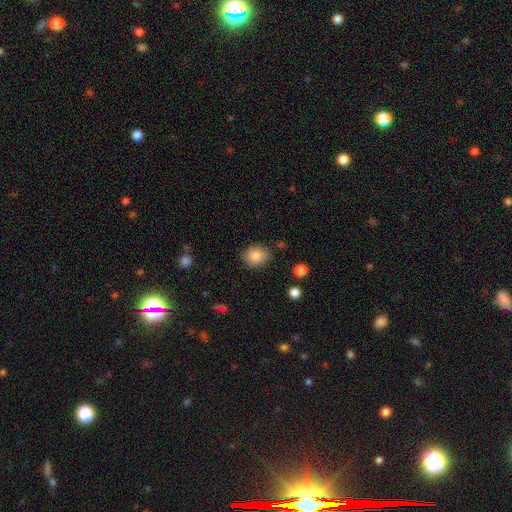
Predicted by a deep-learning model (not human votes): A smooth galaxy with no disk features (84%) that is round (57%). Merging: none (83%).